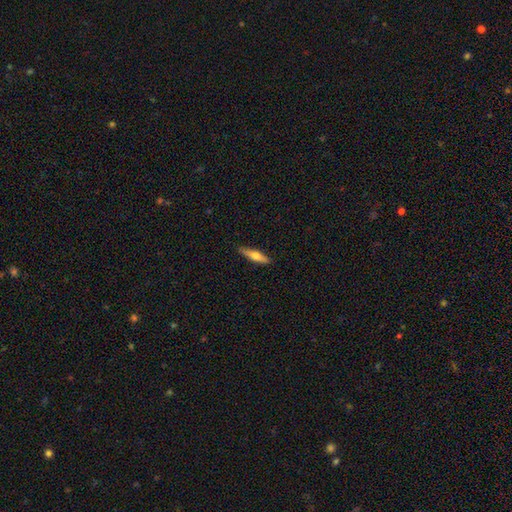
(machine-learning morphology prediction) smooth-or-featured: featured or disk: 48% | smooth: 46% | star or artifact: 6%
  merging: none: 88% | minor disturbance: 9% | major disturbance: 2% | merger: 1%